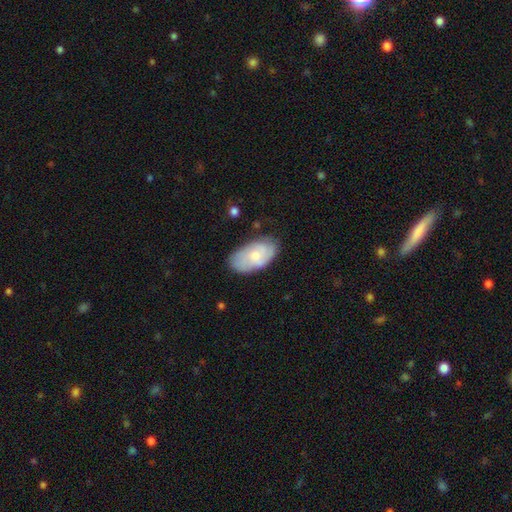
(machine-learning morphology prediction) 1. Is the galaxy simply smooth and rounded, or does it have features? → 55% smooth, 39% featured or disk, 6% star or artifact.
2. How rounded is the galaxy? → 94% in between, 4% round, 2% cigar-shaped.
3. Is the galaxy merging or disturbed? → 72% none, 22% minor disturbance, 5% major disturbance, 2% merger.